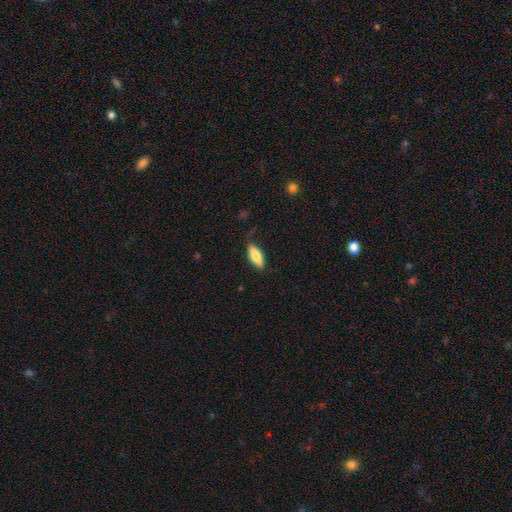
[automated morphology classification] type=smooth (77%); roundness=in between (63%); merging=none (81%).